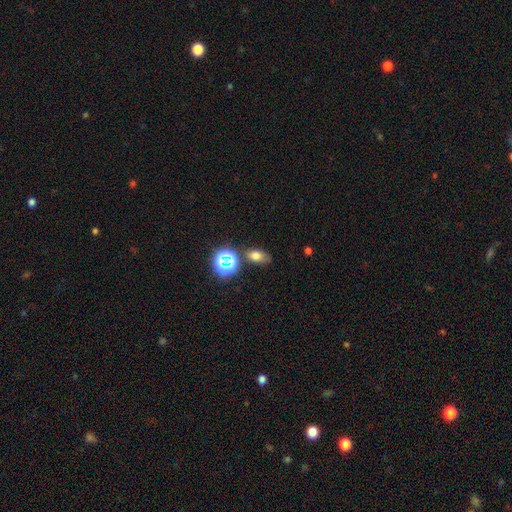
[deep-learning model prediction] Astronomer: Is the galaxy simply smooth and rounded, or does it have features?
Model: smooth — 66%.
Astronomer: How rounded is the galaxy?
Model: in between — 81%.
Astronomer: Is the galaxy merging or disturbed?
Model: none — 72%.